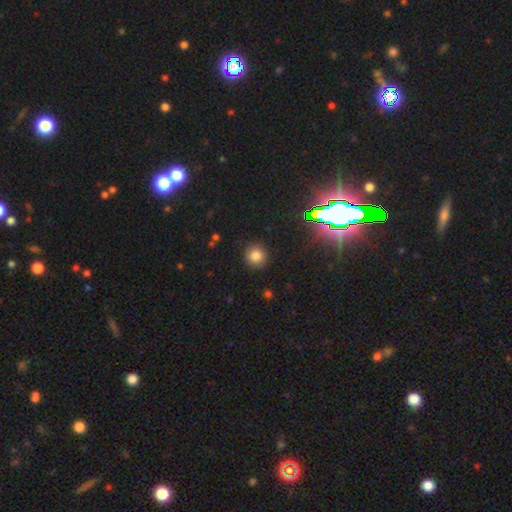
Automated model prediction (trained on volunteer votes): A smooth galaxy with no disk features (80%) that is round (93%).

Vote fractions:
- Smooth or featured? smooth: 80% / star or artifact: 14% / featured or disk: 6%
- How rounded? round: 93% / in between: 6% / cigar-shaped: 1%
- Merging? none: 91% / minor disturbance: 6% / major disturbance: 2% / merger: 1%